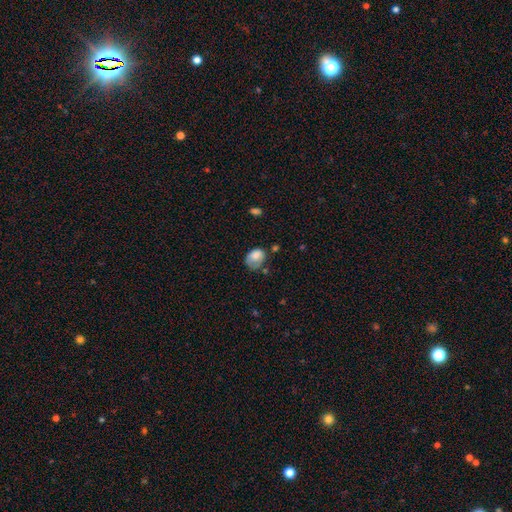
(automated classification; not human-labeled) A smooth galaxy with no disk features (77%) that is in between round and cigar-shaped (65%). Merging: none (40%).